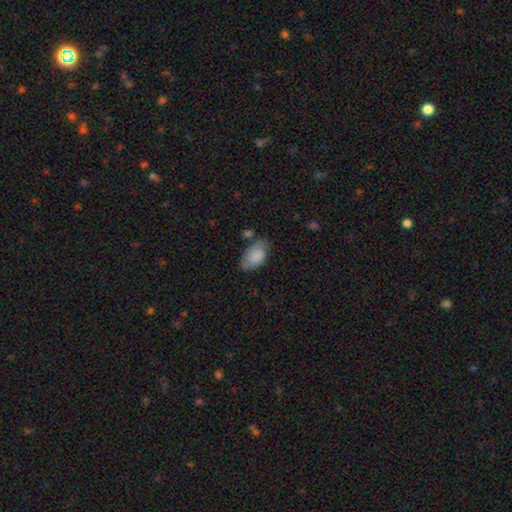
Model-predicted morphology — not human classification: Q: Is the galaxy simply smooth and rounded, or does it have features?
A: smooth — 84%.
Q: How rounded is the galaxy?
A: in between — 95%.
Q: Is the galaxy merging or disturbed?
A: none — 64%.